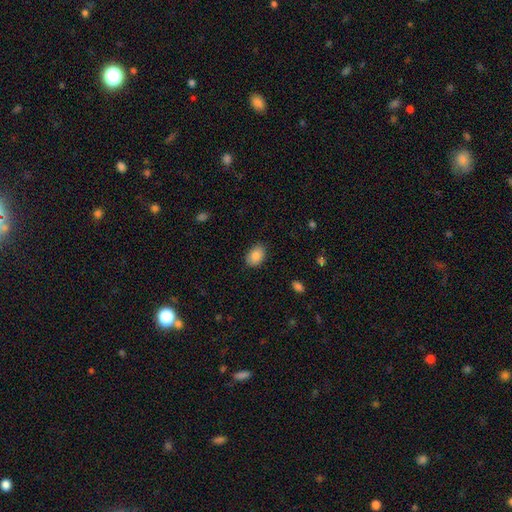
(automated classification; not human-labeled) smooth 86%, star or artifact 8%, featured or disk 6%. Down the decision tree: how rounded — in between (81%); merging — none (85%).